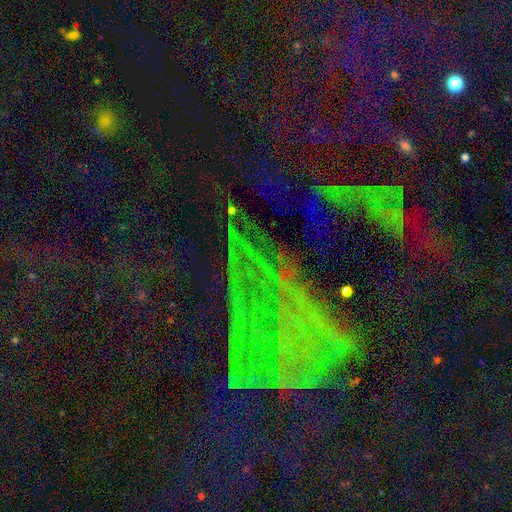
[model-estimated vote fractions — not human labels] Smooth or featured?
  - star or artifact: 80% *
  - featured or disk: 10%
  - smooth: 9%